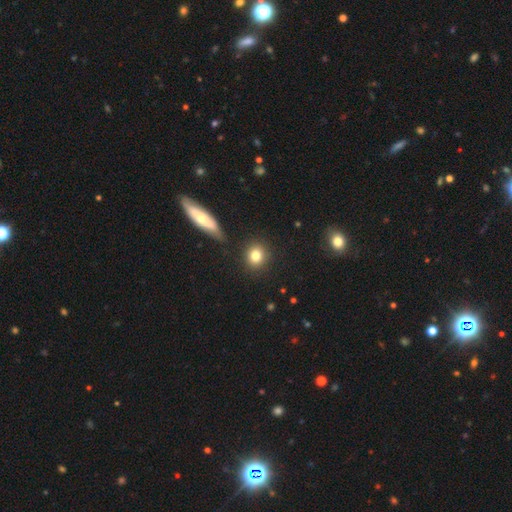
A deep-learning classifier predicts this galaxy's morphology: A smooth galaxy with no disk features (81%) that is round (80%). Merging: none (87%).